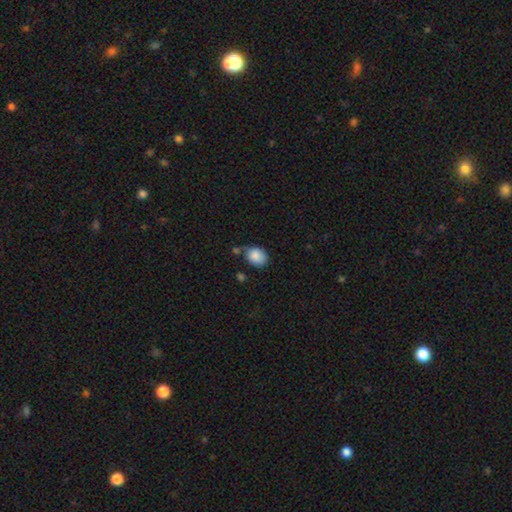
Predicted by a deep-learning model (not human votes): Morphology: type=smooth (87%); roundness=in between (59%); merging=none (55%).